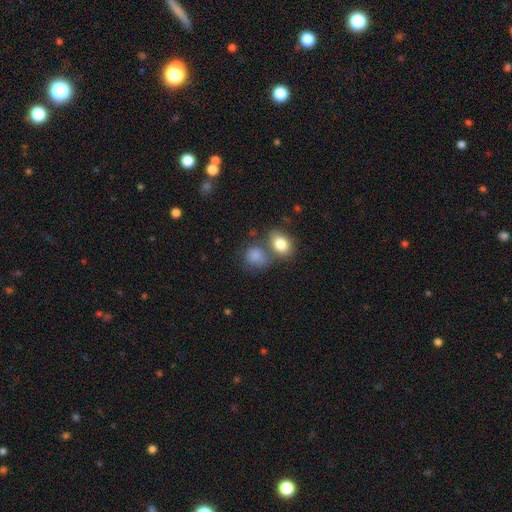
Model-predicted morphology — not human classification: smooth 83%, star or artifact 9%, featured or disk 8%. Down the decision tree: how rounded — round (58%); merging — none (43%).